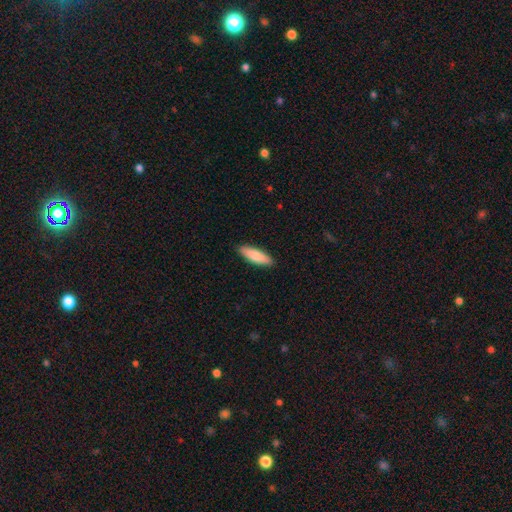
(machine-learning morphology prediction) smooth-or-featured: smooth: 83% | featured or disk: 12% | star or artifact: 5%
  how-rounded: cigar-shaped: 55% | in between: 43% | round: 2%
  merging: none: 89% | minor disturbance: 8% | major disturbance: 2% | merger: 1%